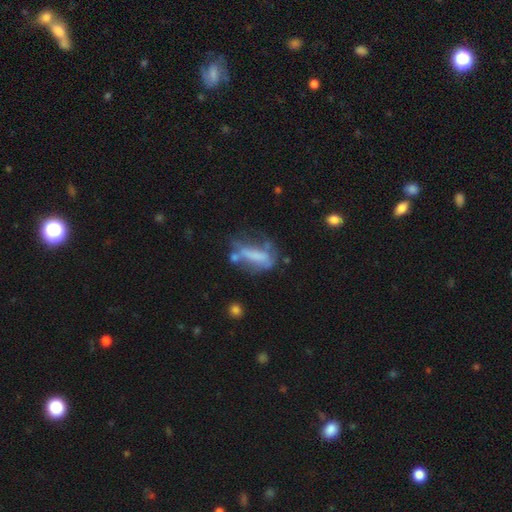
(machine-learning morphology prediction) Q: Smooth or featured?
A: smooth (44%); tied with: featured or disk (44%)
Q: Merging?
A: major disturbance (32%); runner-up: none (29%)